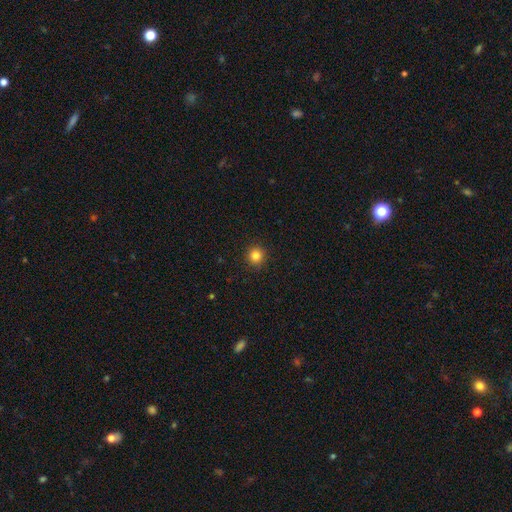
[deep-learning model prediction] A smooth galaxy with no disk features (84%) that is round (94%).

Vote fractions:
- Smooth or featured? smooth: 84% / star or artifact: 12% / featured or disk: 4%
- How rounded? round: 94% / in between: 5% / cigar-shaped: 1%
- Merging? none: 92% / minor disturbance: 5% / major disturbance: 2% / merger: 1%